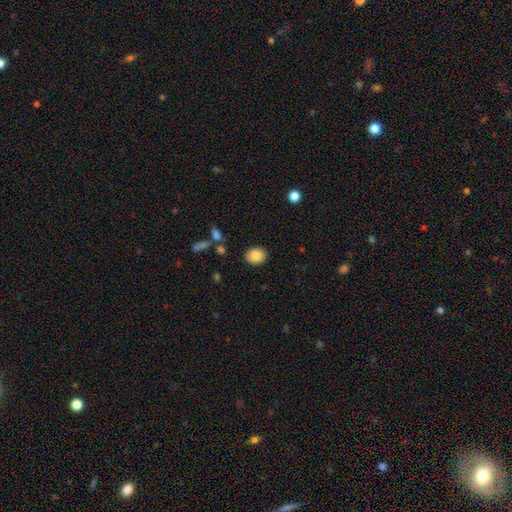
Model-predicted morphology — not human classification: smooth_or_featured: smooth (p=0.83) [alt: featured or disk p=0.09]
how_rounded: in between (p=0.57) [alt: round p=0.42]
merging: none (p=0.87) [alt: minor disturbance p=0.09]